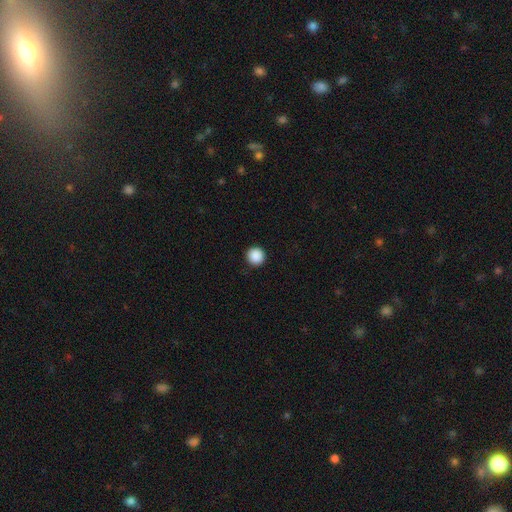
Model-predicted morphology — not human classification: smooth_or_featured: smooth (p=0.89) [alt: star or artifact p=0.09]
how_rounded: round (p=0.96) [alt: in between p=0.03]
merging: none (p=0.93) [alt: minor disturbance p=0.05]